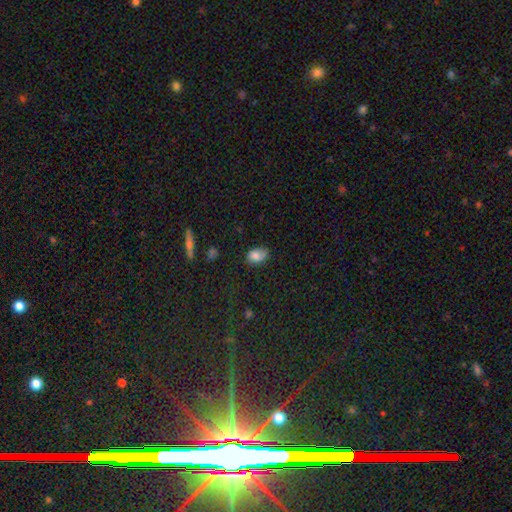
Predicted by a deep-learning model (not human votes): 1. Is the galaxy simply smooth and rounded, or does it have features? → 80% smooth, 11% featured or disk, 9% star or artifact.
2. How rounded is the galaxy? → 82% in between, 17% round, 1% cigar-shaped.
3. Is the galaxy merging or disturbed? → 69% none, 24% minor disturbance, 5% major disturbance, 2% merger.